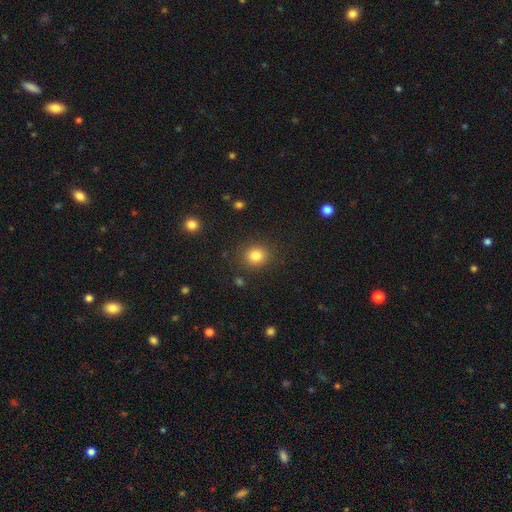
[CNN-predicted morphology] A smooth galaxy with no disk features (83%) that is round (78%).

Vote fractions:
- Smooth or featured? smooth: 83% / star or artifact: 11% / featured or disk: 6%
- How rounded? round: 78% / in between: 21% / cigar-shaped: 1%
- Merging? none: 86% / minor disturbance: 9% / major disturbance: 3% / merger: 2%